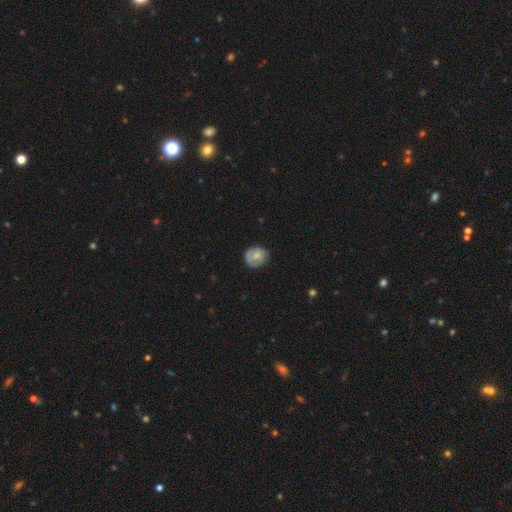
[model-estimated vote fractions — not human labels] Overall: smooth (66%; featured or disk 27%). How rounded: round (75%). Merging: none (74%).